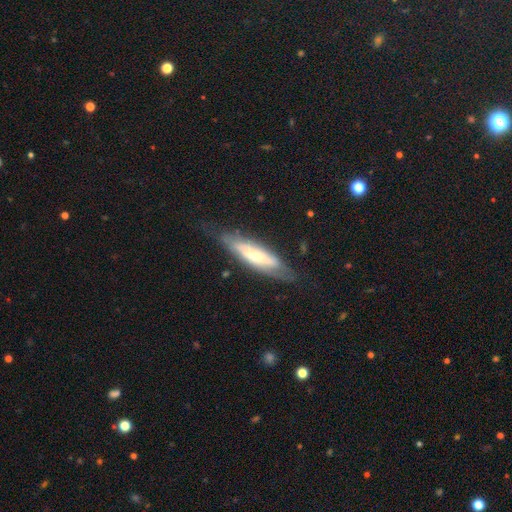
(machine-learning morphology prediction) Smooth or featured? featured or disk (56%)
Edge-on disk? yes (52%)
Merging? none (63%)